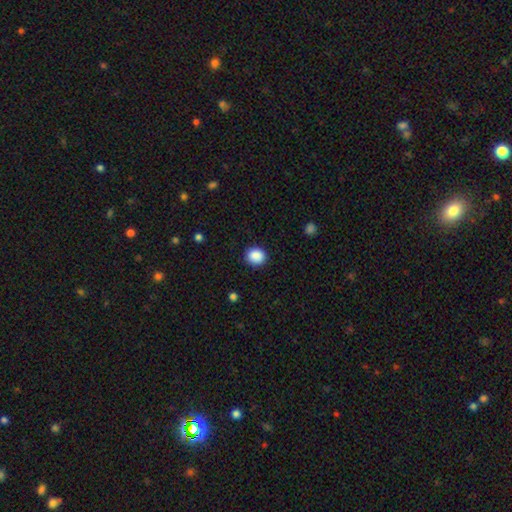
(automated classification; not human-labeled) smooth_or_featured: smooth (p=0.89) [alt: star or artifact p=0.09]
how_rounded: round (p=0.77) [alt: in between p=0.22]
merging: none (p=0.90) [alt: minor disturbance p=0.07]